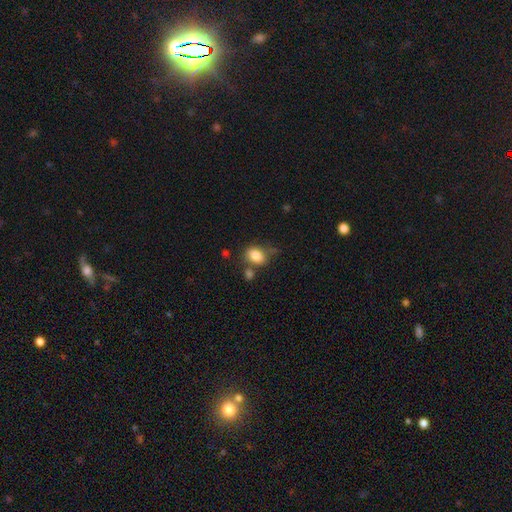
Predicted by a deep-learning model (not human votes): This appears to be a smooth galaxy with no disk features (84%) that is in between round and cigar-shaped (70%). Merging: none (56%).